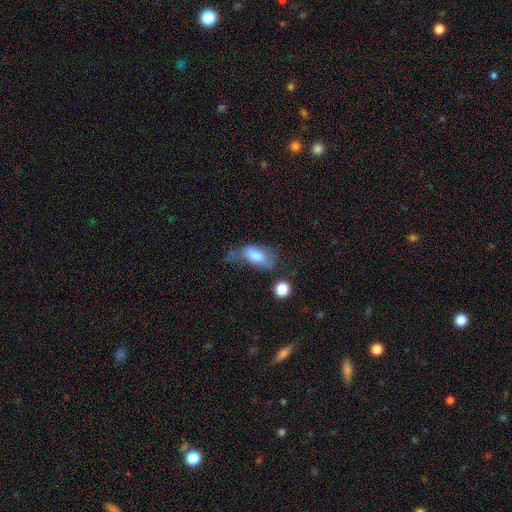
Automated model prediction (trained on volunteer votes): A smooth galaxy with no disk features (72%) that is in between round and cigar-shaped (88%). Merging: none (37%).